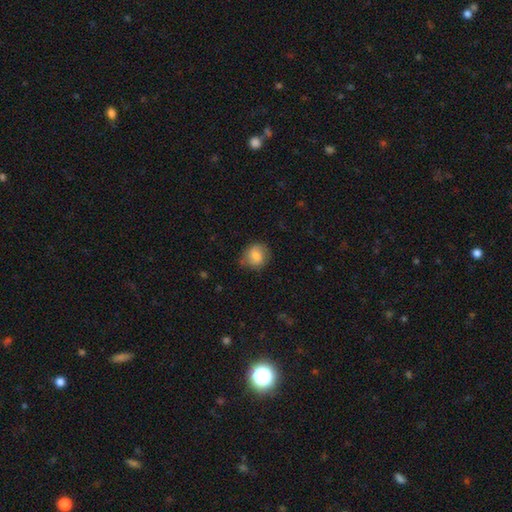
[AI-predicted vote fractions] A smooth galaxy with no disk features (75%) that is round (79%). Merging: none (72%).